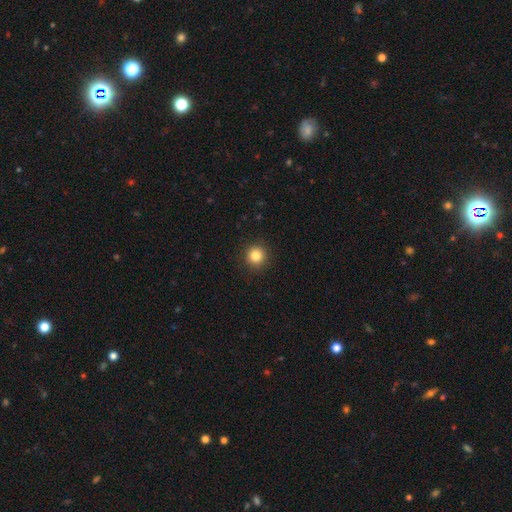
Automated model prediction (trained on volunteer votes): A smooth galaxy with no disk features (84%) that is round (95%).

Vote fractions:
- Smooth or featured? smooth: 84% / star or artifact: 11% / featured or disk: 5%
- How rounded? round: 95% / in between: 4% / cigar-shaped: 1%
- Merging? none: 92% / minor disturbance: 5% / major disturbance: 2% / merger: 1%